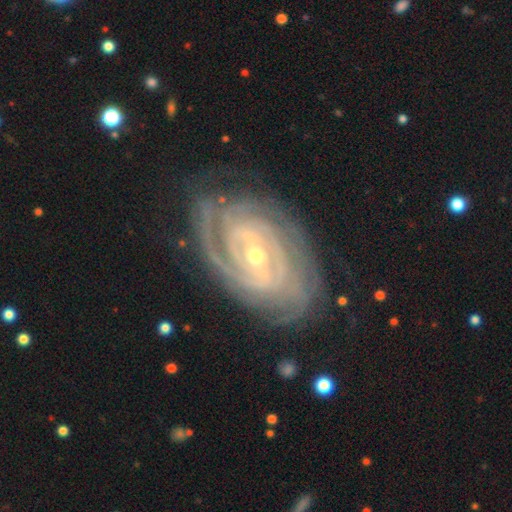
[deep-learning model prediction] Smooth or featured: featured or disk — 91% (star or artifact — 5%)
Edge-on disk: no — 95% (yes — 5%)
Bar: weak — 42% (strong — 32%)
Spiral arms: yes — 97% (no — 3%)
Spiral winding: tight — 81% (medium — 16%)
Spiral arm count: can't tell — 27% (2 — 24%)
Bulge size: small — 52% (moderate — 45%)
Merging: none — 76% (minor disturbance — 16%)